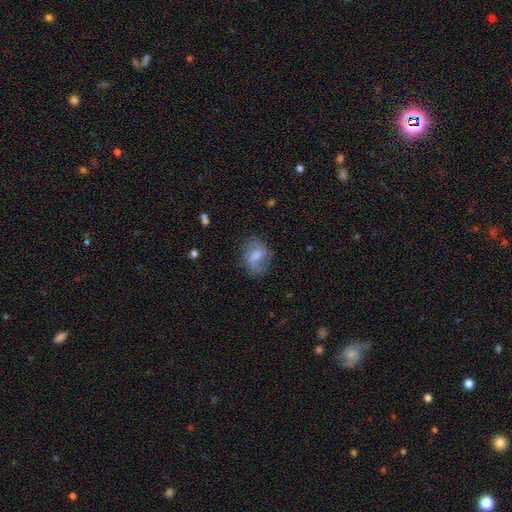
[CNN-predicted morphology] Q: Smooth or featured?
A: smooth (50%); runner-up: featured or disk (42%)
Q: Merging?
A: none (60%); runner-up: minor disturbance (24%)